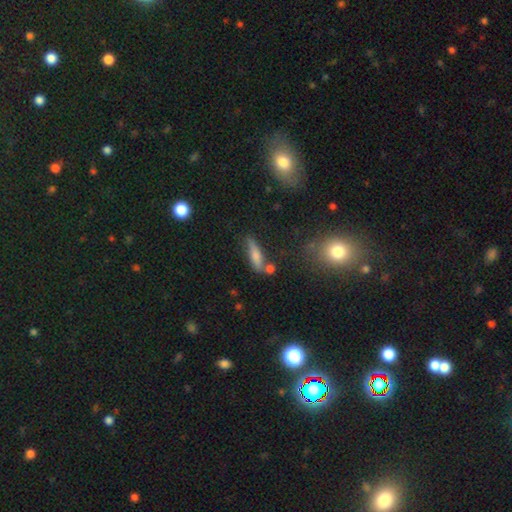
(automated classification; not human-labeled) Smooth or featured?
  - smooth: 66% *
  - featured or disk: 25%
  - star or artifact: 9%
How rounded?
  - cigar-shaped: 70% *
  - in between: 27%
  - round: 3%
Merging?
  - none: 62% *
  - minor disturbance: 19%
  - merger: 13%
  - major disturbance: 6%